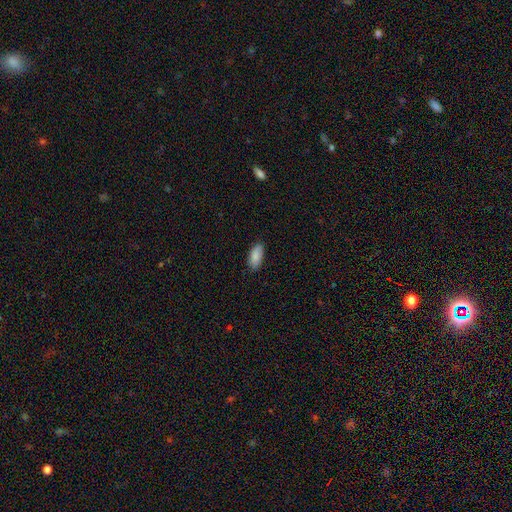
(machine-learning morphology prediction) Overall: smooth (88%). How rounded: in between (88%). Merging: none (84%).